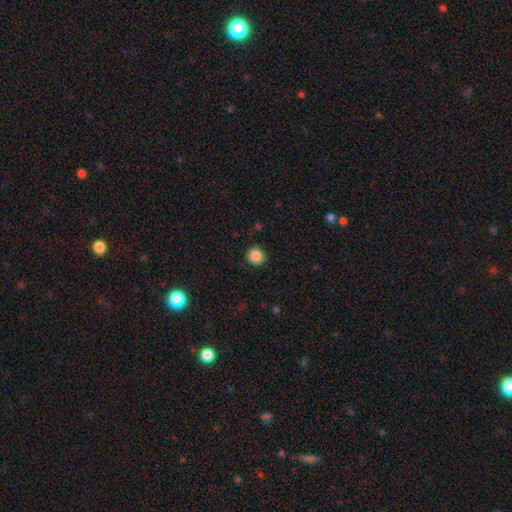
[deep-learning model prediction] Smooth or featured? Predicted: smooth (p=0.86). How rounded? Predicted: round (p=0.91). Merging? Predicted: none (p=0.90).